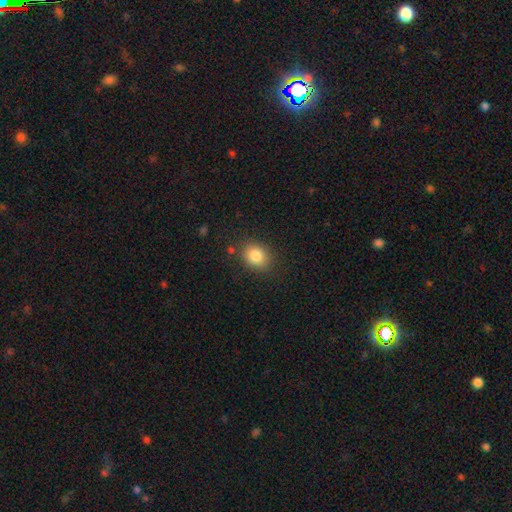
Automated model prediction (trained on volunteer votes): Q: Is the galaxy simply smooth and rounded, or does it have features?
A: smooth — 84%.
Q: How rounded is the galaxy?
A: in between — 50%.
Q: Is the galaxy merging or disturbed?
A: none — 83%.